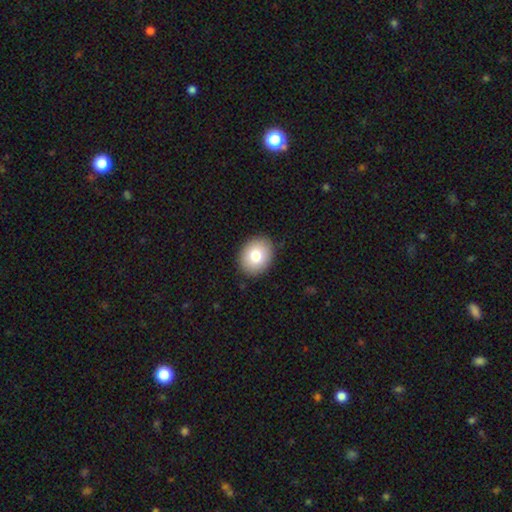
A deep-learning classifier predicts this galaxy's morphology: Smooth or featured?
  - smooth: 79% *
  - featured or disk: 13%
  - star or artifact: 9%
How rounded?
  - in between: 50% *
  - round: 49%
  - cigar-shaped: 1%
Merging?
  - none: 89% *
  - minor disturbance: 8%
  - major disturbance: 2%
  - merger: 1%